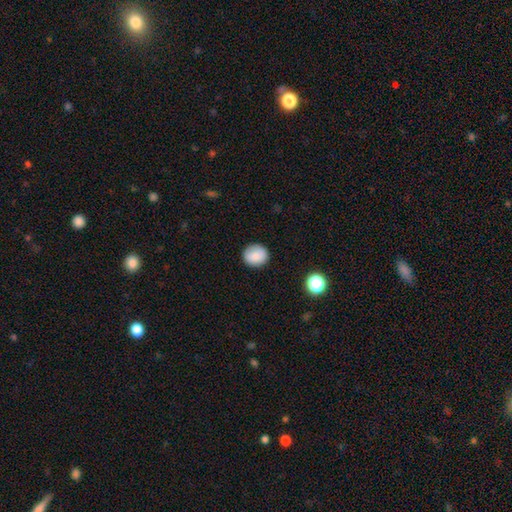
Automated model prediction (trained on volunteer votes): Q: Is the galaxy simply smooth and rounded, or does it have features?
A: smooth — 87%.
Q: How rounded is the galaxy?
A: round — 83%.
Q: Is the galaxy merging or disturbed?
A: none — 88%.